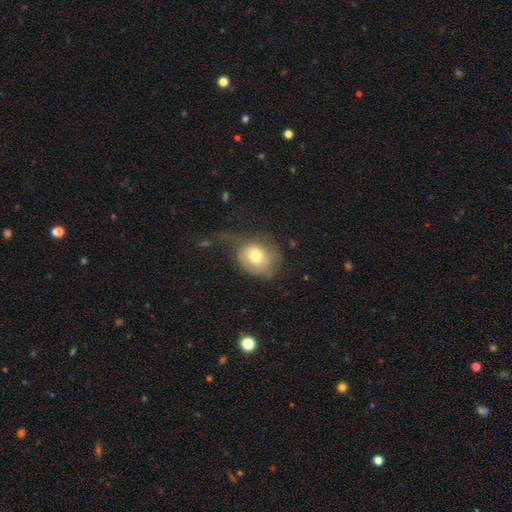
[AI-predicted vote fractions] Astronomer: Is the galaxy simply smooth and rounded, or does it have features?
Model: smooth — 69%.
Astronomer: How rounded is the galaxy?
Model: round — 56% (runner-up: in between, 43%).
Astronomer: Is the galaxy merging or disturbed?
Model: major disturbance — 45% (runner-up: none, 27%).